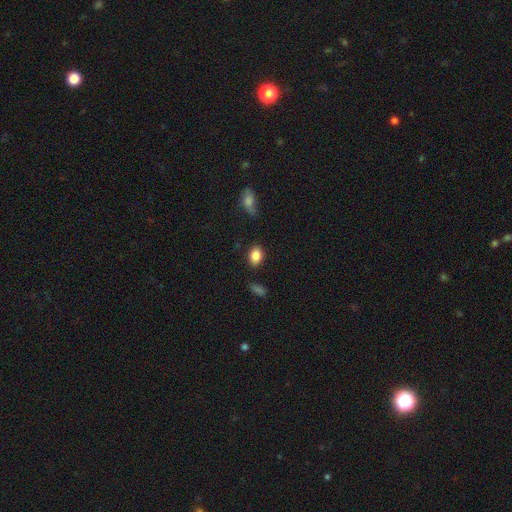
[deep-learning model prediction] Smooth or featured? smooth (86%)
How rounded? in between (76%)
Merging? none (82%)